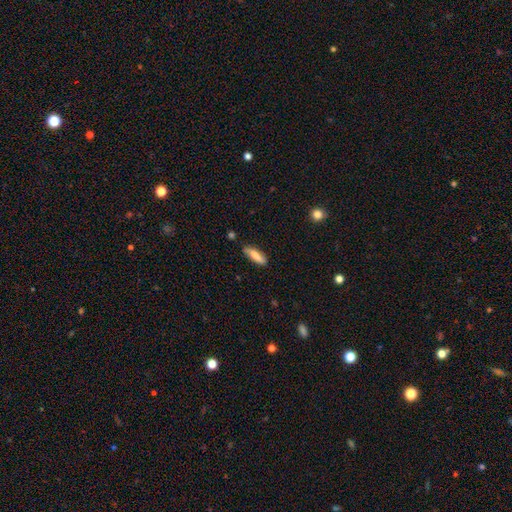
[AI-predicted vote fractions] Q: Smooth or featured?
A: smooth (79%); runner-up: featured or disk (15%)
Q: How rounded?
A: cigar-shaped (56%); runner-up: in between (42%)
Q: Merging?
A: none (82%); runner-up: minor disturbance (14%)